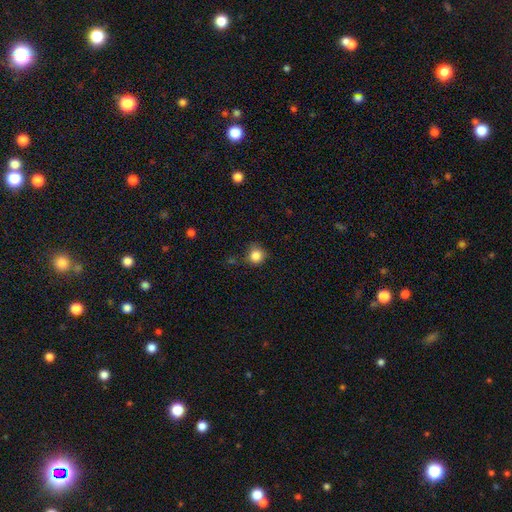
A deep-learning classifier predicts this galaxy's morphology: Smooth or featured: smooth — 85% (star or artifact — 11%)
How rounded: round — 91% (in between — 8%)
Merging: none — 74% (minor disturbance — 19%)